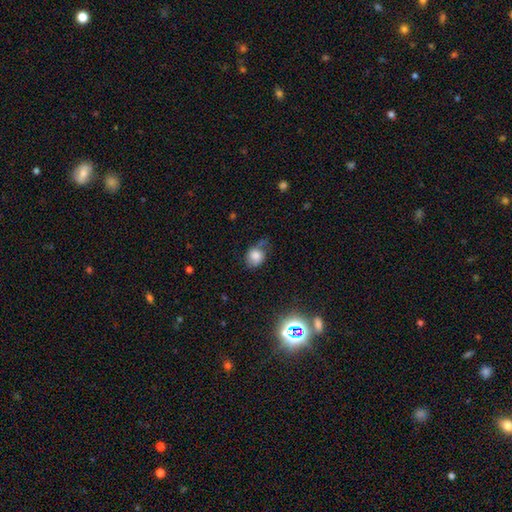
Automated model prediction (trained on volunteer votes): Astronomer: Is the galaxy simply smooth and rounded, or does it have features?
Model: smooth — 70%.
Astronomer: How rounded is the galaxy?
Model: in between — 51% (runner-up: round, 48%).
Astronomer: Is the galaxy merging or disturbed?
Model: none — 42% (runner-up: minor disturbance, 35%).